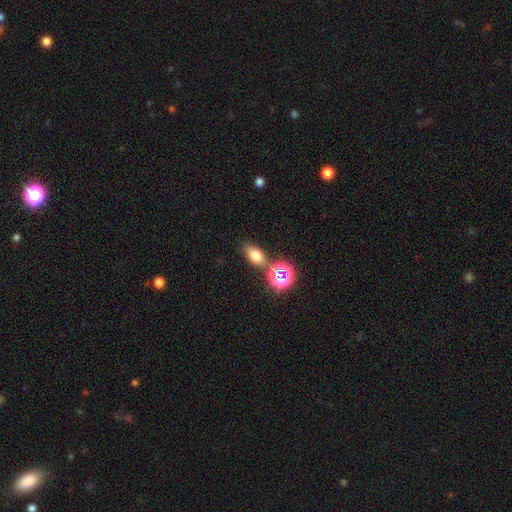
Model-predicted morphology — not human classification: Smooth or featured?
  - smooth: 68% *
  - star or artifact: 21%
  - featured or disk: 11%
How rounded?
  - in between: 77% *
  - round: 18%
  - cigar-shaped: 4%
Merging?
  - none: 71% *
  - merger: 13%
  - minor disturbance: 12%
  - major disturbance: 4%